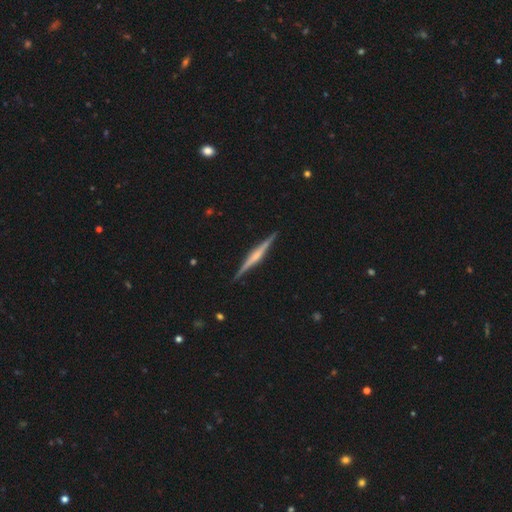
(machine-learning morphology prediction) Smooth or featured?
  - featured or disk: 77% *
  - smooth: 18%
  - star or artifact: 5%
Edge-on disk?
  - yes: 98% *
  - no: 2%
Edge-on bulge?
  - rounded: 62% *
  - boxy: 20%
  - none: 19%
Merging?
  - none: 91% *
  - minor disturbance: 6%
  - major disturbance: 1%
  - merger: 1%